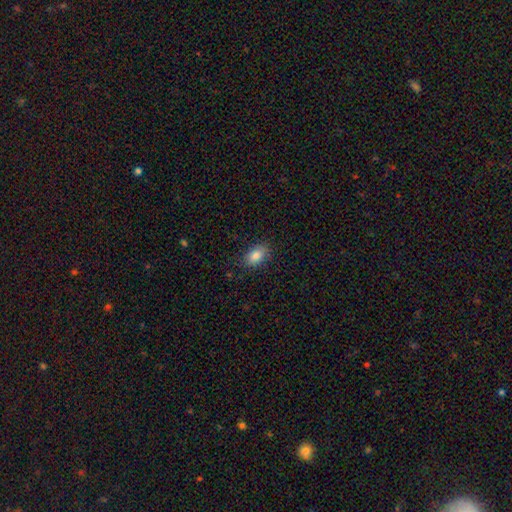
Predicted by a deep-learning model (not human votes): This is clearly a smooth galaxy (85%). How rounded: clearly in between (87%). Merging: clearly none (84%).